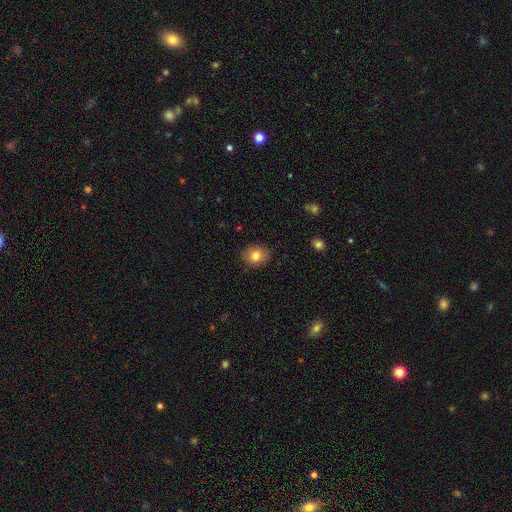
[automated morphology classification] This appears to be a smooth galaxy with no disk features (80%) that is round (62%). Merging: none (88%).